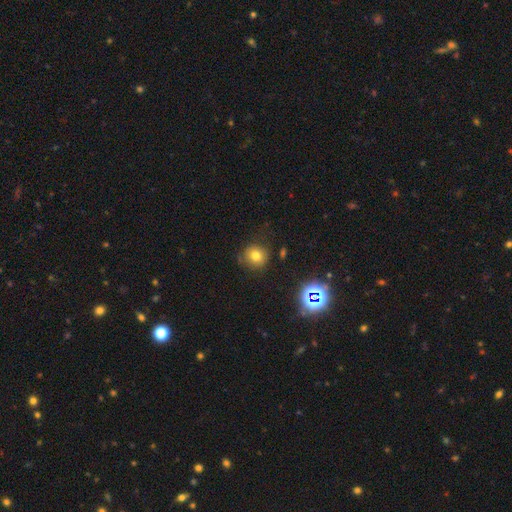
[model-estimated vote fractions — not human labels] Overall: smooth (73%). How rounded: round (88%). Merging: none (78%).